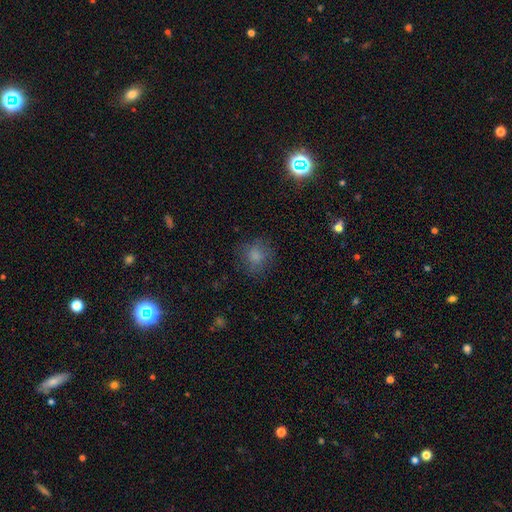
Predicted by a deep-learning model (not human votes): smooth 79%, star or artifact 12%, featured or disk 9%. Down the decision tree: how rounded — round (83%); merging — none (76%).